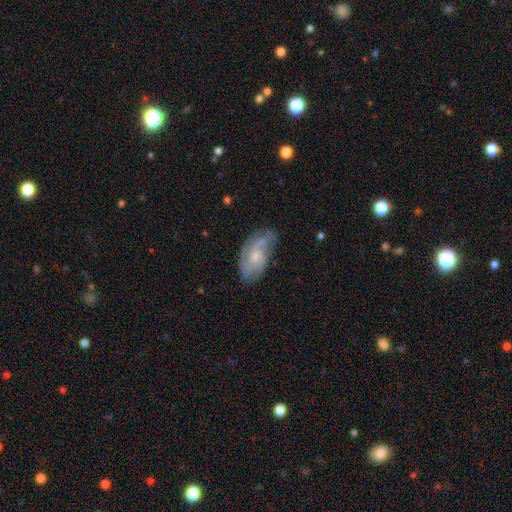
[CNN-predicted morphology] Q: Smooth or featured?
A: featured or disk (76%); runner-up: smooth (18%)
Q: Edge-on disk?
A: no (96%); runner-up: yes (4%)
Q: Bar?
A: no (66%); runner-up: weak (30%)
Q: Spiral arms?
A: yes (92%); runner-up: no (8%)
Q: Spiral winding?
A: medium (45%); runner-up: tight (38%)
Q: Spiral arm count?
A: 2 (42%); runner-up: can't tell (22%)
Q: Bulge size?
A: small (50%); runner-up: moderate (39%)
Q: Merging?
A: none (61%); runner-up: minor disturbance (26%)